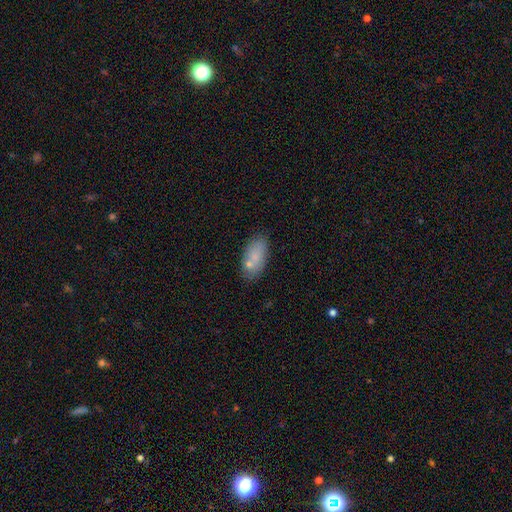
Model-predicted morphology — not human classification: Overall: smooth (77%). How rounded: in between (89%). Merging: none (70%).